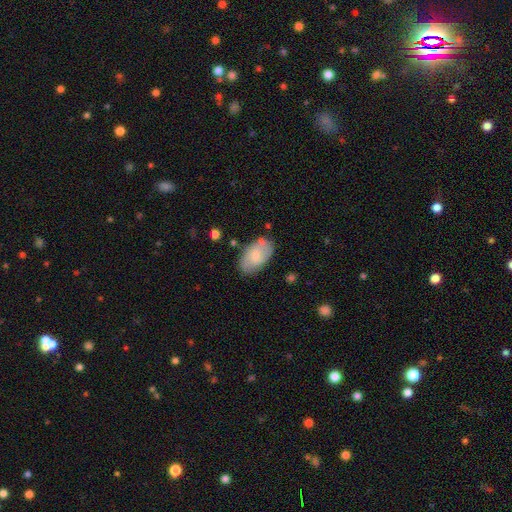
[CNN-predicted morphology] Smooth or featured? Predicted: smooth (p=0.60). How rounded? Predicted: in between (p=0.93). Merging? Predicted: none (p=0.72).